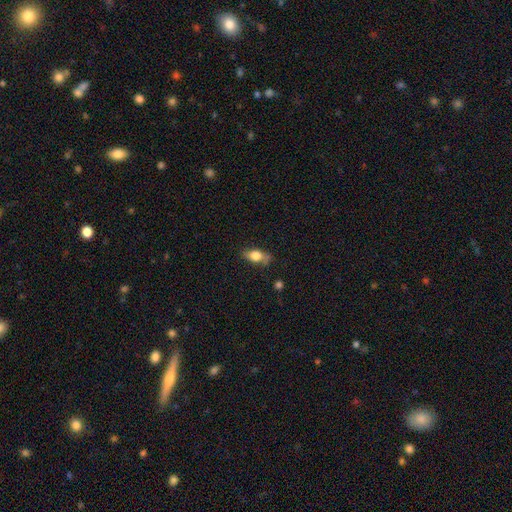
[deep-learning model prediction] smooth-or-featured: smooth: 71% | featured or disk: 21% | star or artifact: 9%
  how-rounded: in between: 78% | round: 11% | cigar-shaped: 11%
  merging: none: 62% | minor disturbance: 26% | major disturbance: 8% | merger: 4%